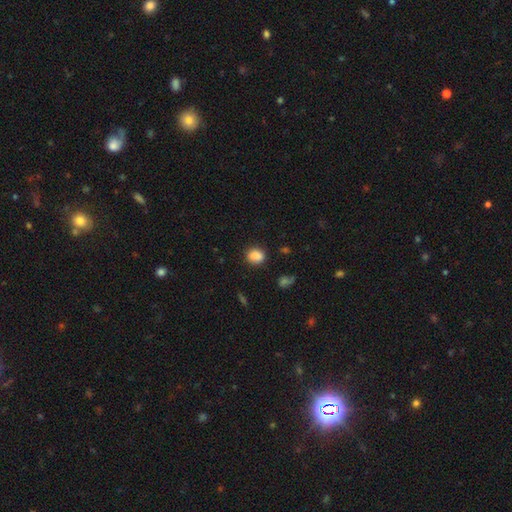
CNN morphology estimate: Q: Smooth or featured?
A: smooth (83%); runner-up: star or artifact (10%)
Q: How rounded?
A: round (58%); runner-up: in between (40%)
Q: Merging?
A: none (68%); runner-up: minor disturbance (16%)